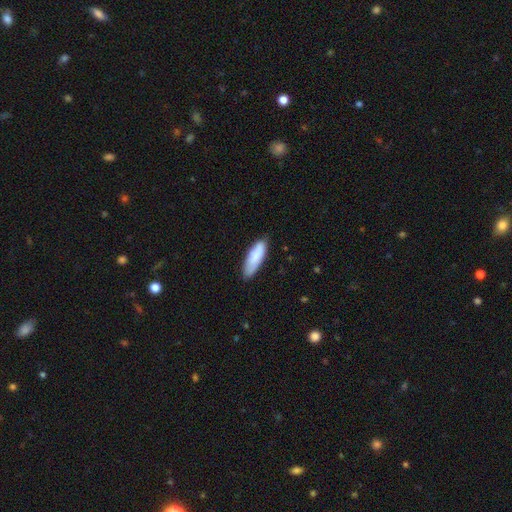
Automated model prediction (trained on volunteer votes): Morphology: type=smooth (83%); roundness=in between (62%); merging=none (75%).